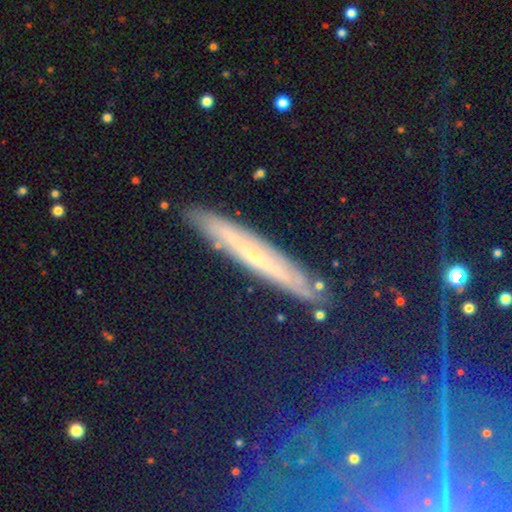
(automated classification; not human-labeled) smooth-or-featured: featured or disk: 52% | smooth: 29% | star or artifact: 19%
  disk-edge-on: yes: 79% | no: 21%
  merging: none: 86% | minor disturbance: 10% | major disturbance: 2% | merger: 1%